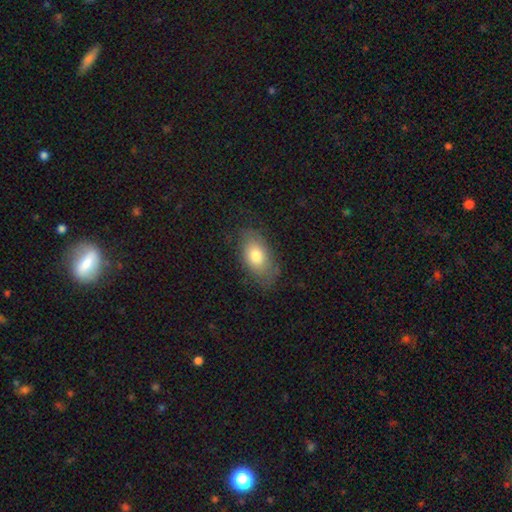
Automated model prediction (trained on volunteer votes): Q: Smooth or featured?
A: smooth (74%); runner-up: featured or disk (18%)
Q: How rounded?
A: in between (90%); runner-up: round (8%)
Q: Merging?
A: none (73%); runner-up: minor disturbance (19%)